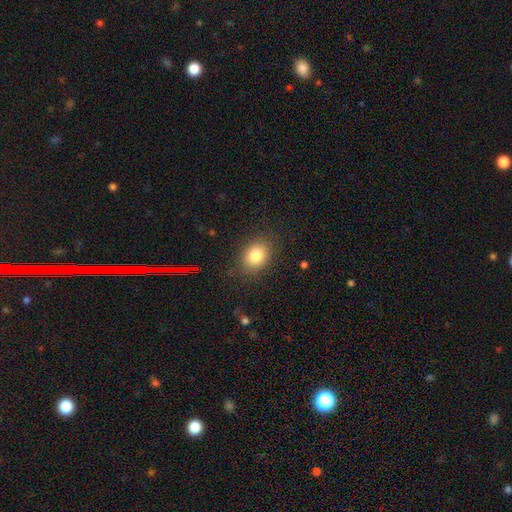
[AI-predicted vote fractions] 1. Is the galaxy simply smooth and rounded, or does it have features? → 82% smooth, 10% star or artifact, 8% featured or disk.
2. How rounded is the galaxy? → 57% in between, 42% round, 1% cigar-shaped.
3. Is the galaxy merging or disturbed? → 84% none, 11% minor disturbance, 4% major disturbance, 1% merger.